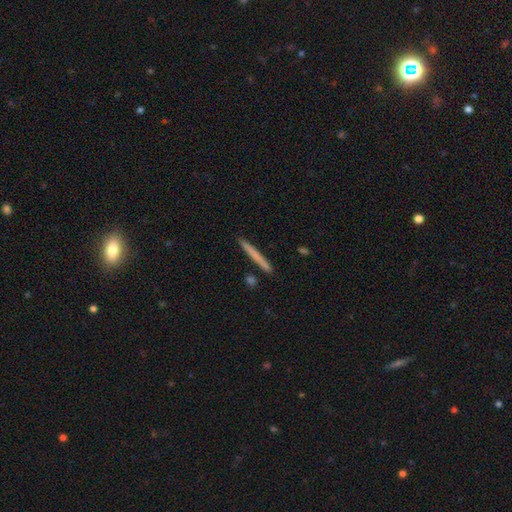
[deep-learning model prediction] smooth-or-featured: smooth: 66% | featured or disk: 28% | star or artifact: 6%
  how-rounded: cigar-shaped: 97% | in between: 2% | round: 1%
  merging: none: 90% | minor disturbance: 6% | merger: 2% | major disturbance: 1%